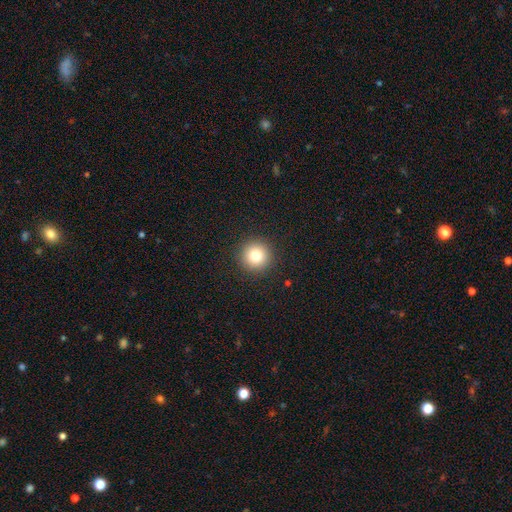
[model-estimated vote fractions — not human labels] Smooth or featured: smooth — 80% (star or artifact — 12%)
How rounded: round — 96% (in between — 3%)
Merging: none — 92% (minor disturbance — 5%)